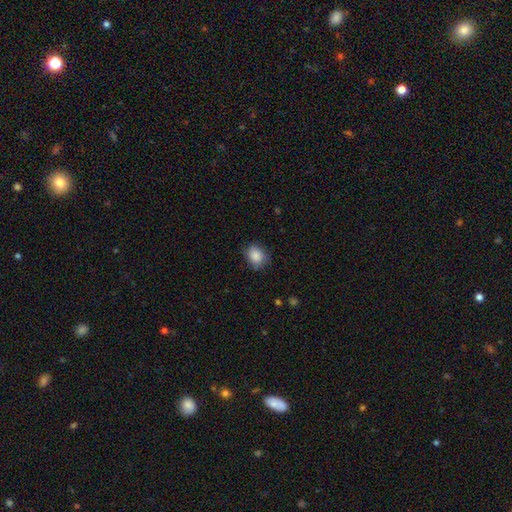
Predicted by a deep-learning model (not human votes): smooth_or_featured: smooth (p=0.87) [alt: star or artifact p=0.08]
how_rounded: round (p=0.50) [alt: in between p=0.49]
merging: none (p=0.74) [alt: minor disturbance p=0.20]